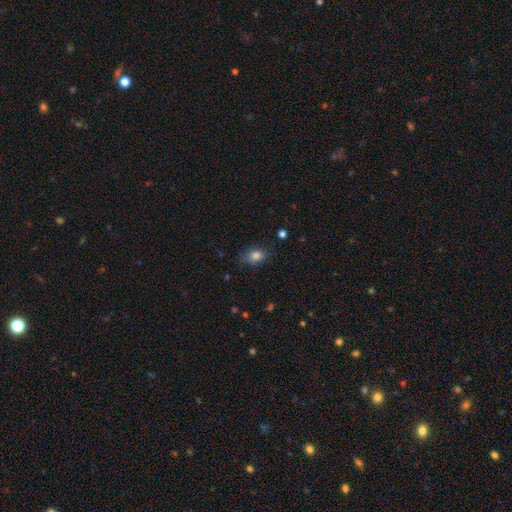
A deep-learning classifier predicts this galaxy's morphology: The model was most divided on "merging": none: 69%, minor disturbance: 23%, major disturbance: 6%, merger: 1%. More confident: smooth or featured — smooth (82%); how rounded — in between (72%).